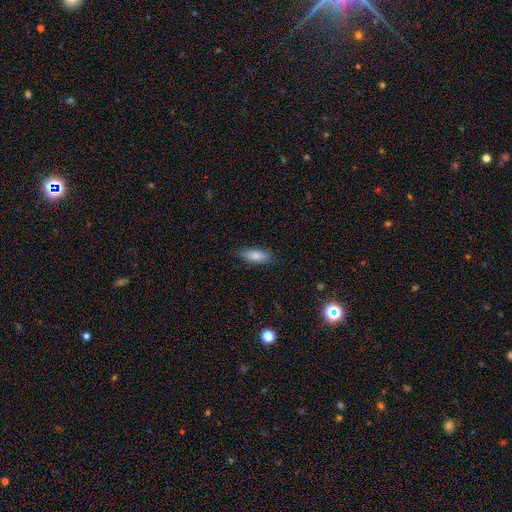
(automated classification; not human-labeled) This appears to be a smooth galaxy with no disk features (81%) that is in between round and cigar-shaped (76%). Merging: none (81%).